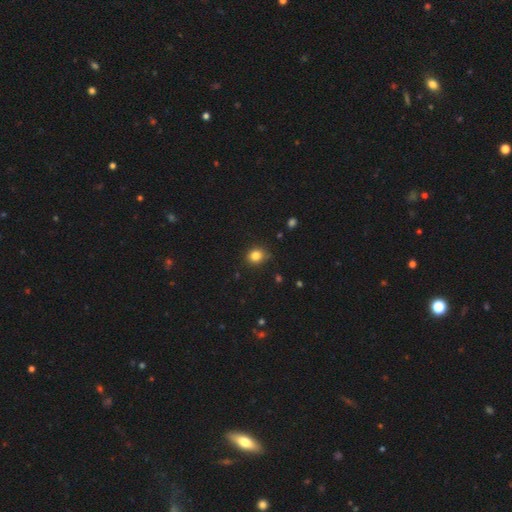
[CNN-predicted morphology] Overall: smooth (83%). How rounded: round (72%). Merging: none (84%).